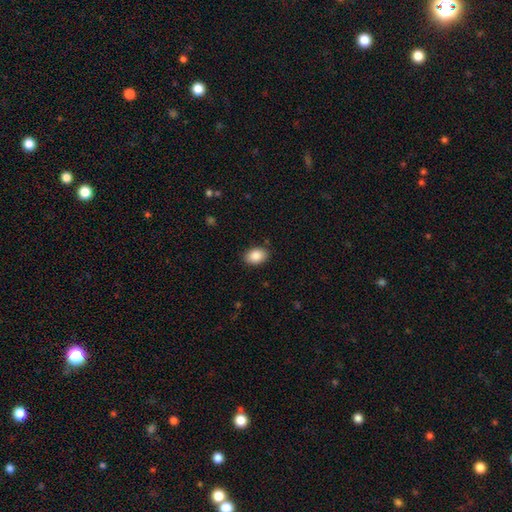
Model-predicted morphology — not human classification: Smooth or featured? Predicted: smooth (p=0.88). How rounded? Predicted: in between (p=0.79). Merging? Predicted: none (p=0.87).